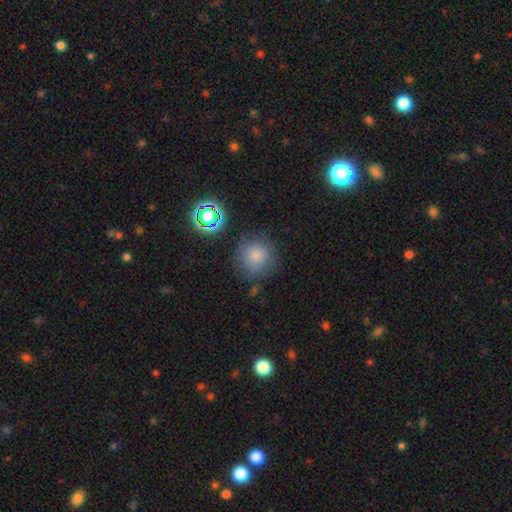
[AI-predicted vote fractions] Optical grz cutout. It shows a smooth galaxy with no disk features (78%) that is round (91%). Merging: none (75%).